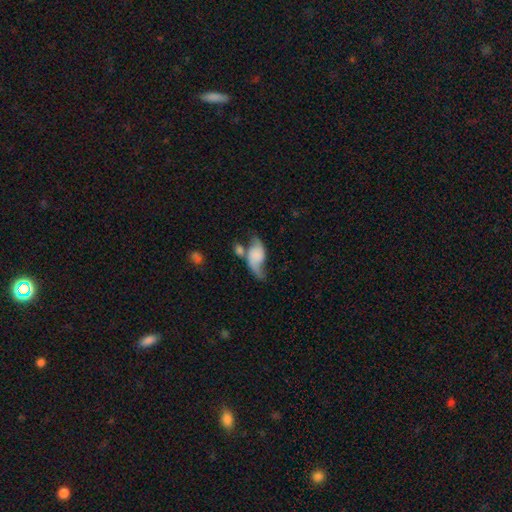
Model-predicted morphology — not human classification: This is possibly a featured or disk galaxy (55%). It is clearly not viewed edge-on (94%). Bar: likely no (71%). Spiral arm pattern: clearly yes (87%). Central bulge: possibly none (49%). Merging: marginally none (30%).